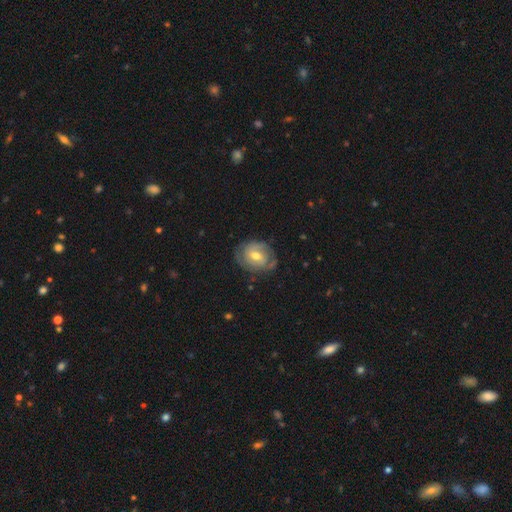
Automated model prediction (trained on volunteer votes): A featured or disk galaxy (66%) with a weak bar (49%), 2 (47%) tight (56%) spiral arms (79%) and a moderate central bulge (69%).

Vote fractions:
- Smooth or featured? featured or disk: 66% / smooth: 28% / star or artifact: 6%
- Edge-on disk? no: 96% / yes: 4%
- Bar? weak: 49% / no: 39% / strong: 12%
- Spiral arms? yes: 79% / no: 21%
- Spiral winding? tight: 56% / medium: 32% / loose: 12%
- Spiral arm count? 2: 47% / can't tell: 33% / 3: 9% / 1: 7% / 4: 3% / more than 4: 2%
- Bulge size? moderate: 69% / small: 24% / large: 5% / none: 1% / dominant: 1%
- Merging? none: 67% / minor disturbance: 23% / major disturbance: 8% / merger: 2%